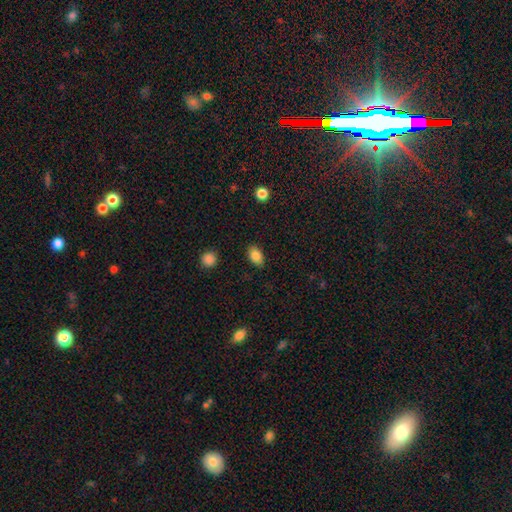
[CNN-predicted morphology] Q: Smooth or featured?
A: smooth (85%); runner-up: star or artifact (8%)
Q: How rounded?
A: in between (86%); runner-up: round (12%)
Q: Merging?
A: none (86%); runner-up: minor disturbance (10%)